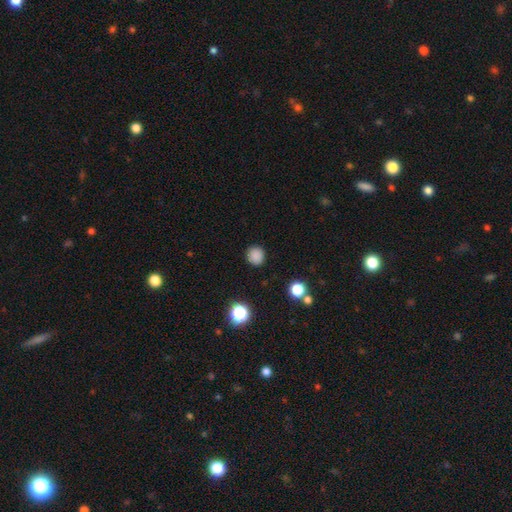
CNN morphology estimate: smooth 85%, star or artifact 12%, featured or disk 3%. Down the decision tree: how rounded — round (91%); merging — none (89%).